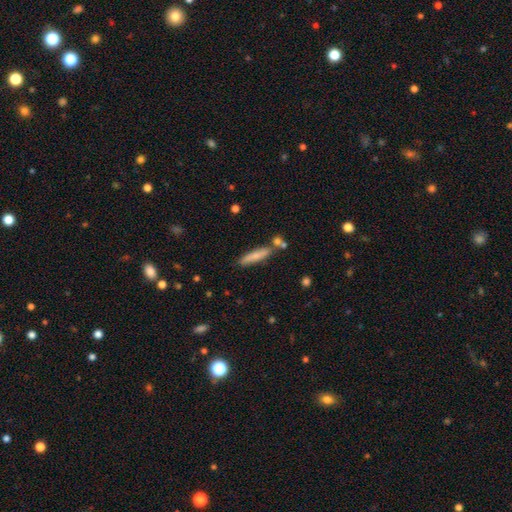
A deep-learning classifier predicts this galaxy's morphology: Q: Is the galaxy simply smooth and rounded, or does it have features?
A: smooth — 71%.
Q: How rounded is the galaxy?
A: cigar-shaped — 86%.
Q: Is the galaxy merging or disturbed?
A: none — 73%.